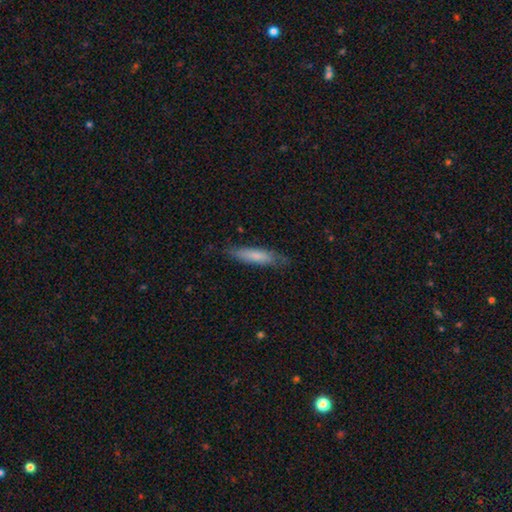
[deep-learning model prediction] Smooth or featured: smooth — 73% (featured or disk — 21%)
How rounded: cigar-shaped — 76% (in between — 22%)
Merging: none — 77% (minor disturbance — 18%)